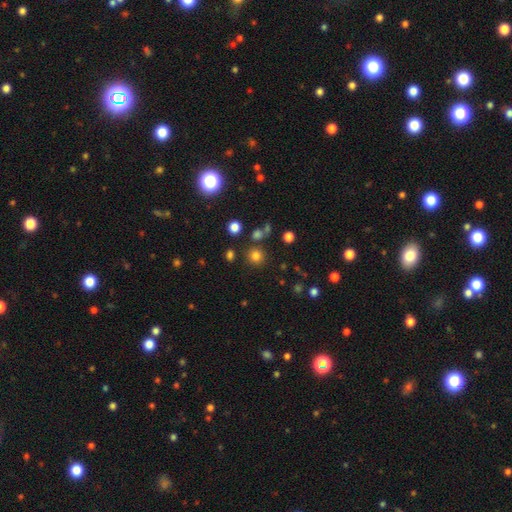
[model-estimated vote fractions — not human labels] This appears to be a smooth galaxy with no disk features (78%) that is round (91%). Merging: none (82%).